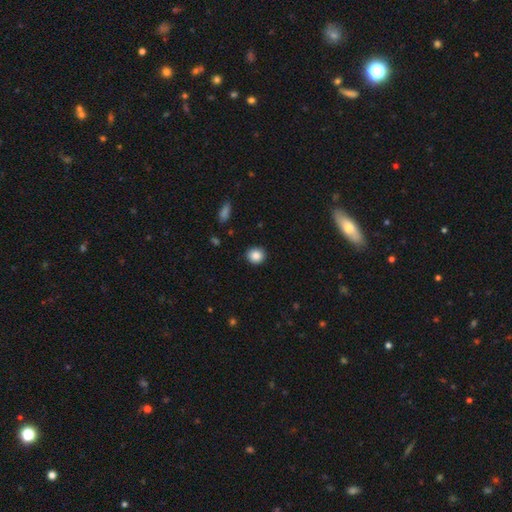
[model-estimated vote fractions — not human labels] Morphology: type=smooth (87%); roundness=round (89%); merging=none (91%).